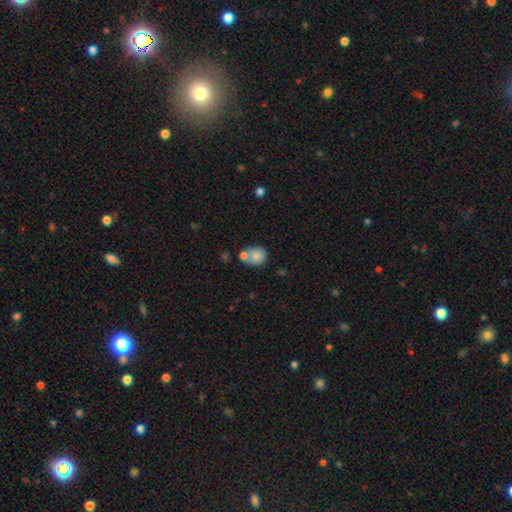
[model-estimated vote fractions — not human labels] smooth-or-featured: smooth: 81% | featured or disk: 11% | star or artifact: 8%
  how-rounded: round: 57% | in between: 42% | cigar-shaped: 1%
  merging: none: 46% | merger: 33% | minor disturbance: 15% | major disturbance: 5%